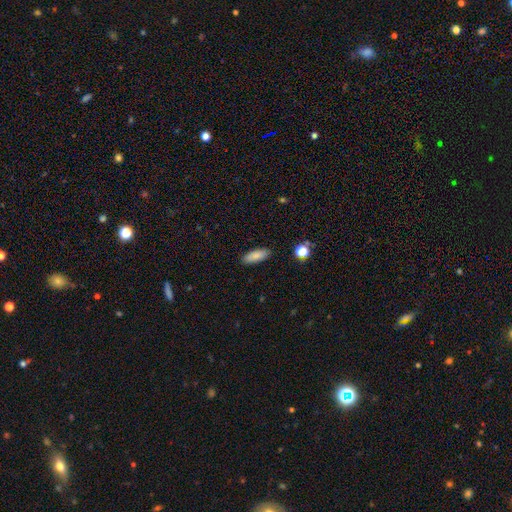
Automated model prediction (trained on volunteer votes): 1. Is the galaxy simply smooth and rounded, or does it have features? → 86% smooth, 8% star or artifact, 7% featured or disk.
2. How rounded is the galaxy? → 66% in between, 32% cigar-shaped, 2% round.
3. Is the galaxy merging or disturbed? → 88% none, 8% minor disturbance, 2% major disturbance, 1% merger.